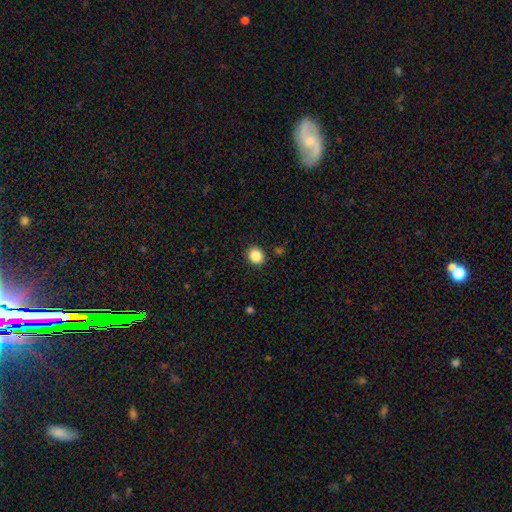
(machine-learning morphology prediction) A smooth galaxy with no disk features (86%) that is round (74%).

Vote fractions:
- Smooth or featured? smooth: 86% / star or artifact: 10% / featured or disk: 4%
- How rounded? round: 74% / in between: 25% / cigar-shaped: 1%
- Merging? none: 90% / minor disturbance: 6% / major disturbance: 2% / merger: 2%